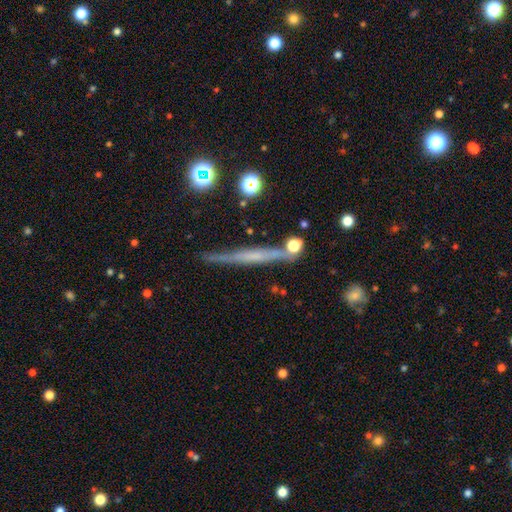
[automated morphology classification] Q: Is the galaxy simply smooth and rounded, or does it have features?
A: featured or disk — 58%.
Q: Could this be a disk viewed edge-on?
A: yes — 95%.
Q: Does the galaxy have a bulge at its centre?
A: none — 70%.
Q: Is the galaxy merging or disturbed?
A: none — 80%.